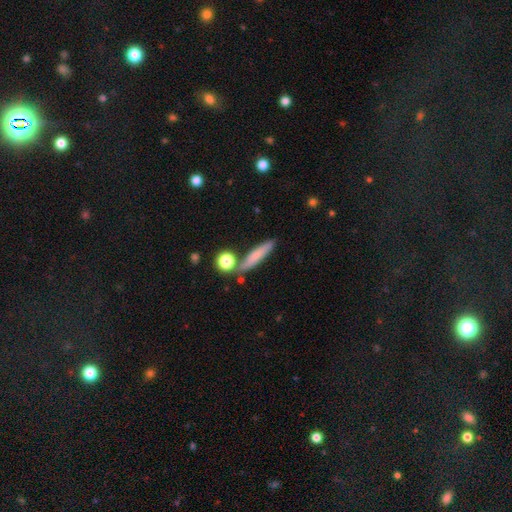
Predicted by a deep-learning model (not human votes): Smooth or featured?
  - smooth: 71% *
  - featured or disk: 22%
  - star or artifact: 7%
How rounded?
  - cigar-shaped: 83% *
  - in between: 13%
  - round: 4%
Merging?
  - none: 75% *
  - minor disturbance: 13%
  - merger: 9%
  - major disturbance: 3%